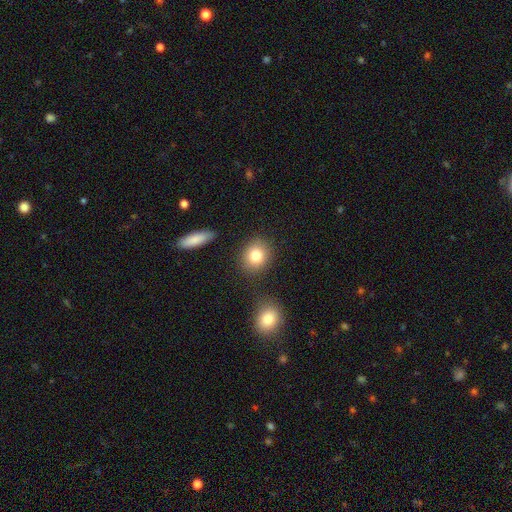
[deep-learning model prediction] Smooth or featured? Predicted: smooth (p=0.82). How rounded? Predicted: round (p=0.66). Merging? Predicted: none (p=0.82).